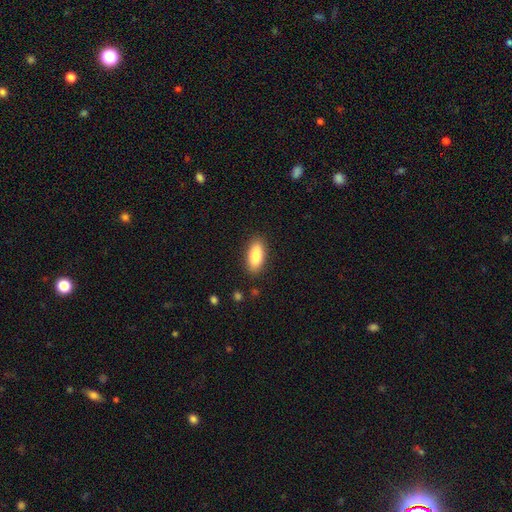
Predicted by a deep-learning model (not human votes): Smooth or featured?
  - smooth: 87% *
  - featured or disk: 7%
  - star or artifact: 6%
How rounded?
  - in between: 83% *
  - cigar-shaped: 15%
  - round: 2%
Merging?
  - none: 87% *
  - minor disturbance: 10%
  - major disturbance: 2%
  - merger: 1%